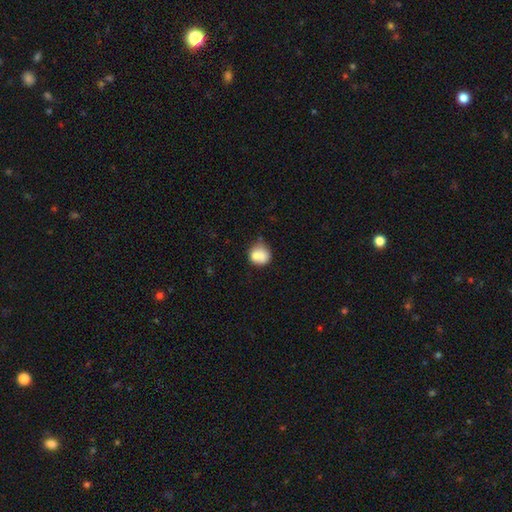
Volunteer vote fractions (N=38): Overall: smooth (76%). How rounded: round (62%; in between 38%). Merging: merger (39%; none 36%).